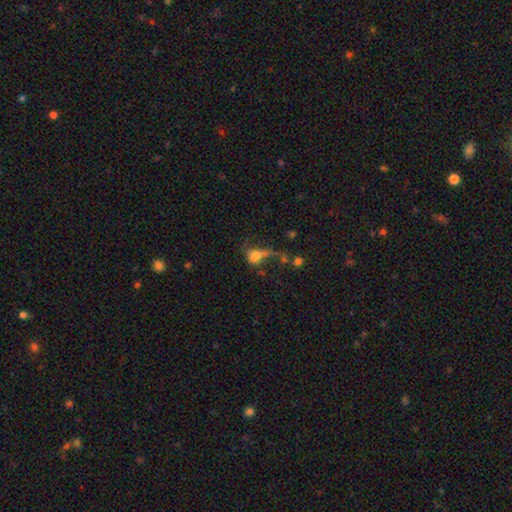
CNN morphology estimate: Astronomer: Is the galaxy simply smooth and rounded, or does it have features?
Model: smooth — 54% (runner-up: featured or disk, 32%).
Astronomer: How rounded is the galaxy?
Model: in between — 62%.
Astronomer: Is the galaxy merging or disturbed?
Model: major disturbance — 46% (runner-up: merger, 22%).